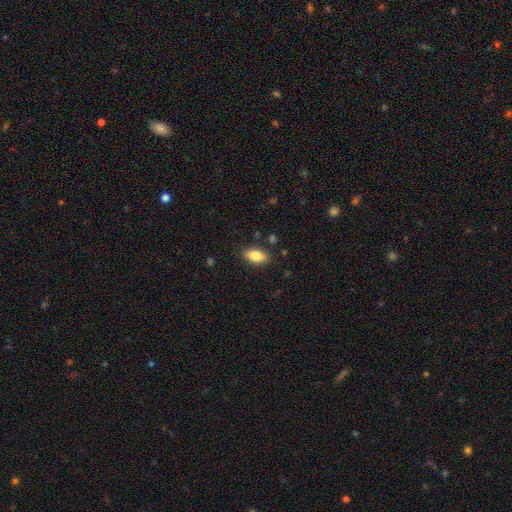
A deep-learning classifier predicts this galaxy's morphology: smooth-or-featured: smooth: 82% | featured or disk: 10% | star or artifact: 7%
  how-rounded: in between: 89% | cigar-shaped: 7% | round: 4%
  merging: none: 85% | minor disturbance: 11% | major disturbance: 2% | merger: 2%